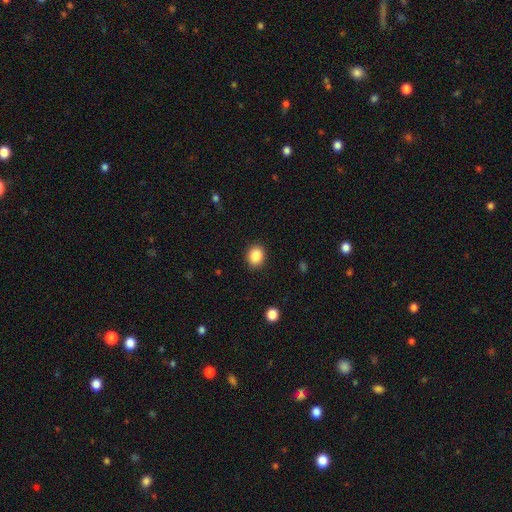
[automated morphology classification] Overall: smooth (87%). How rounded: round (61%; in between 38%). Merging: none (89%).